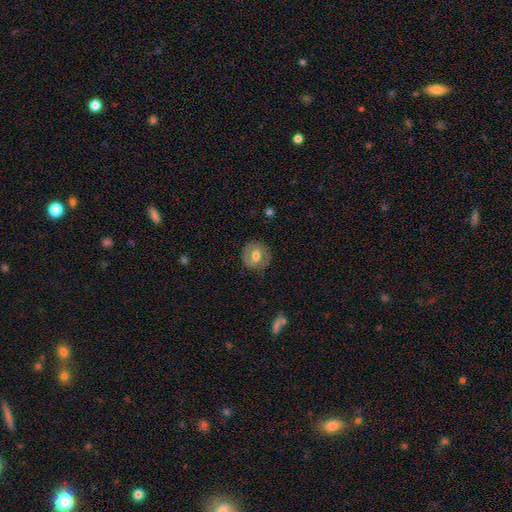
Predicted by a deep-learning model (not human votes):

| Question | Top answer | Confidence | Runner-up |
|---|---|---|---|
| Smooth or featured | smooth | 50% | featured or disk (43%) |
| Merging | none | 80% | minor disturbance (14%) |